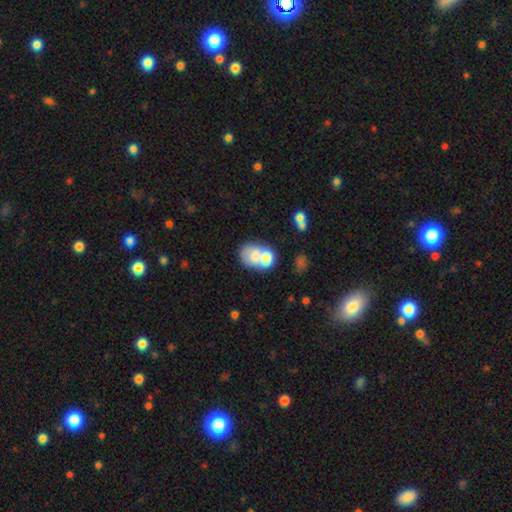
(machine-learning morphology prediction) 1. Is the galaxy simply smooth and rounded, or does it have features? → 63% smooth, 26% featured or disk, 10% star or artifact.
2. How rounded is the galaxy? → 58% in between, 42% round, 1% cigar-shaped.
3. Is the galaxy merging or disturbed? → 53% merger, 28% none, 12% minor disturbance, 8% major disturbance.